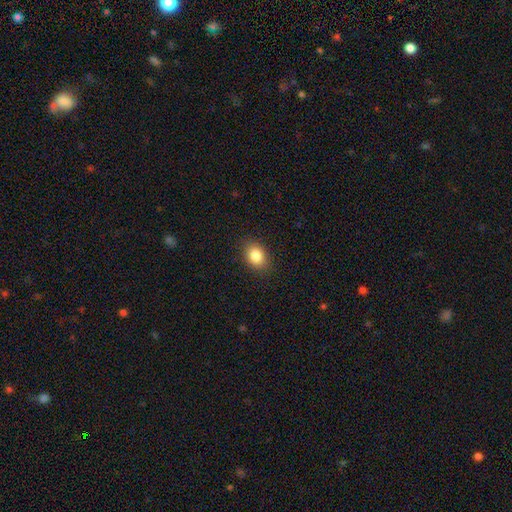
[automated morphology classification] Smooth or featured?
  - smooth: 86% *
  - star or artifact: 9%
  - featured or disk: 6%
How rounded?
  - in between: 70% *
  - round: 29%
  - cigar-shaped: 1%
Merging?
  - none: 86% *
  - minor disturbance: 10%
  - major disturbance: 3%
  - merger: 1%